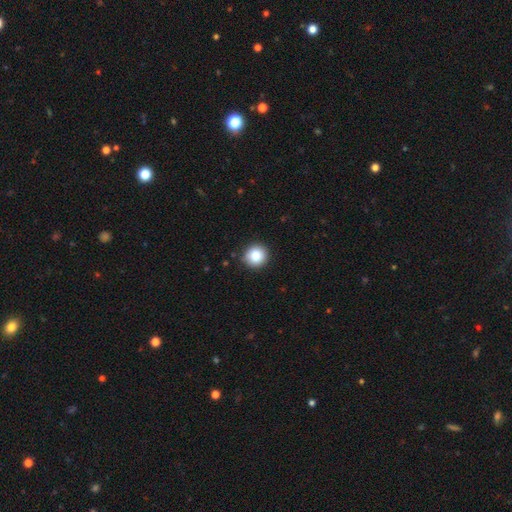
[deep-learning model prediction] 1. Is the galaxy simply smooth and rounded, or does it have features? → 83% smooth, 10% star or artifact, 7% featured or disk.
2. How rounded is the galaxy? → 94% round, 5% in between, 1% cigar-shaped.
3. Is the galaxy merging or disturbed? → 90% none, 7% minor disturbance, 2% major disturbance, 1% merger.